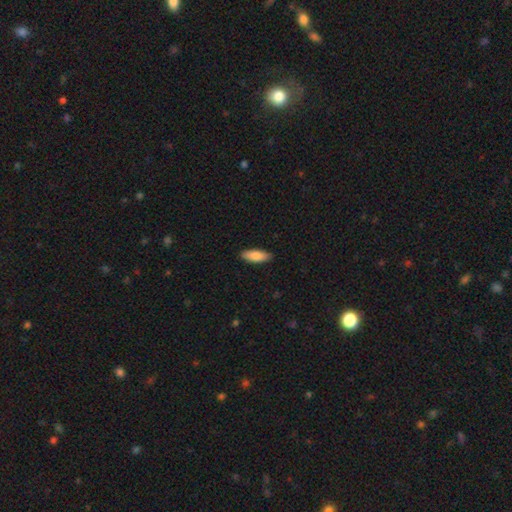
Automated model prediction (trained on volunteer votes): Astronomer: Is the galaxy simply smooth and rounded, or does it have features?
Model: smooth — 86%.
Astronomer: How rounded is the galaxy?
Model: in between — 65%.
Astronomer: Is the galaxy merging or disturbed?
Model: none — 89%.